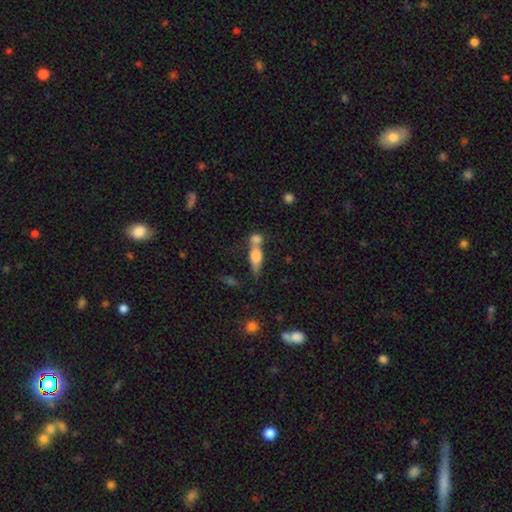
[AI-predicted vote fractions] Morphology: type=smooth (70%); roundness=in between (65%); merging=merger (58%).